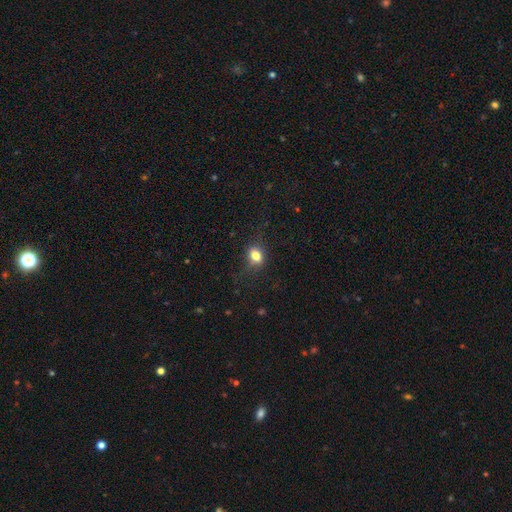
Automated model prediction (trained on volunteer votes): A smooth galaxy with no disk features (75%) that is in between round and cigar-shaped (68%). Merging: none (70%).